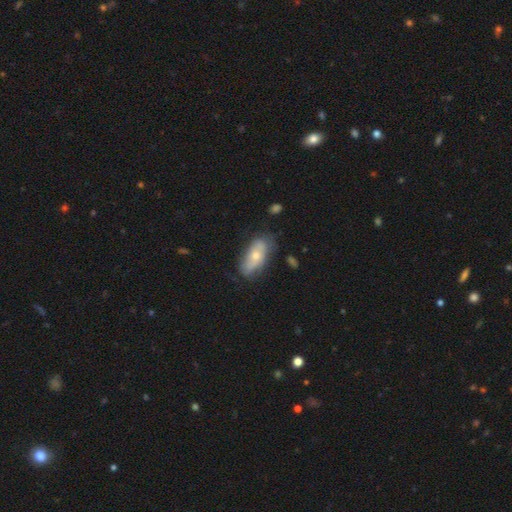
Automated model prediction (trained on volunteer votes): smooth-or-featured: smooth: 54% | featured or disk: 40% | star or artifact: 6%
  how-rounded: in between: 86% | cigar-shaped: 11% | round: 3%
  merging: none: 64% | minor disturbance: 25% | major disturbance: 8% | merger: 3%